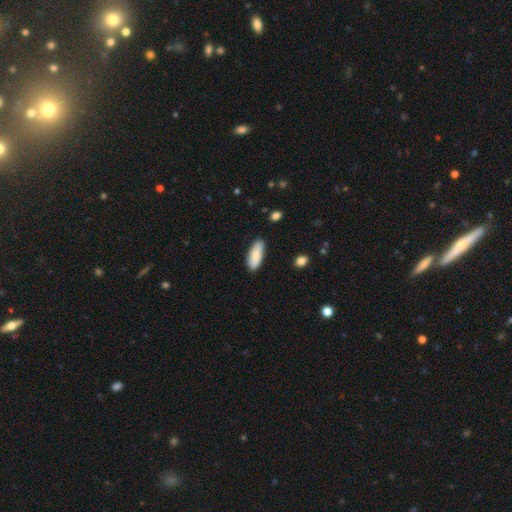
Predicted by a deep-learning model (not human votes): The model was most divided on "how rounded": in between: 72%, cigar-shaped: 26%, round: 2%. More confident: merging — none (86%); smooth or featured — smooth (82%).